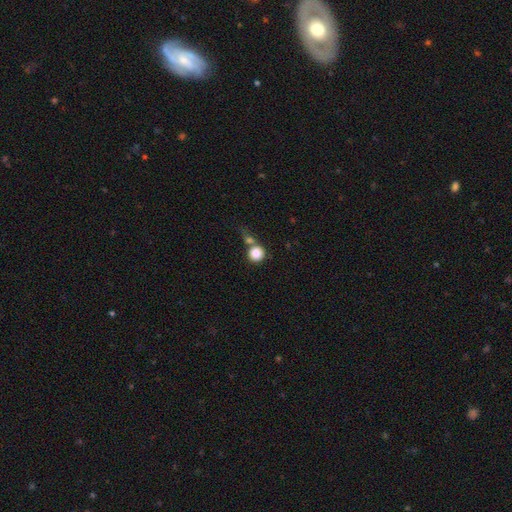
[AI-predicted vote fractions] Smooth or featured? smooth (66%)
How rounded? round (92%)
Merging? none (62%)